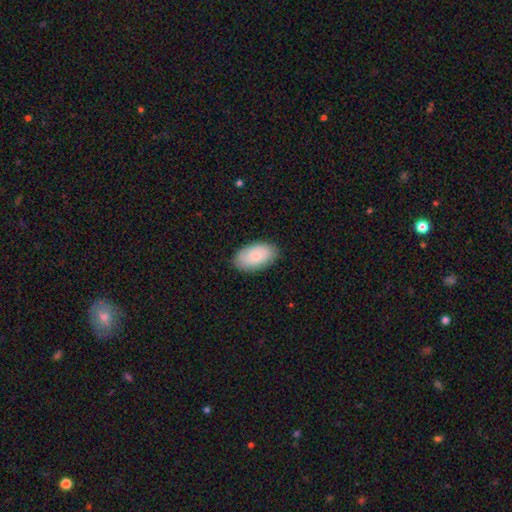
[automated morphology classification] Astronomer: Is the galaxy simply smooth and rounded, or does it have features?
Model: smooth — 78%.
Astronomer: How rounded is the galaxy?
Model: in between — 95%.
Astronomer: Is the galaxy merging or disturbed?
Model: none — 86%.